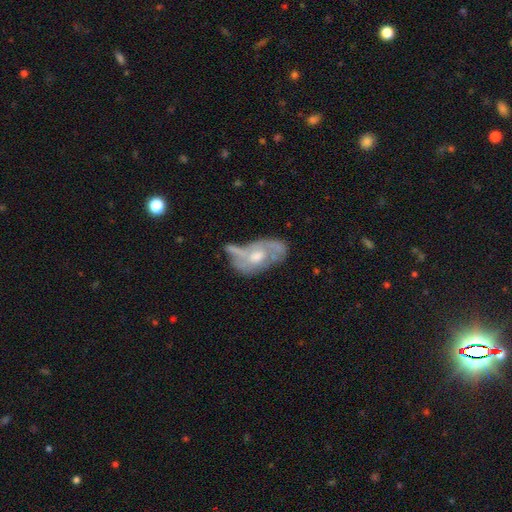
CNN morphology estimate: type=featured or disk (70%); edge-on=no (94%); bar=no (74%); spiral arms=yes (59%); bulge=moderate (67%); merging=none (34%).